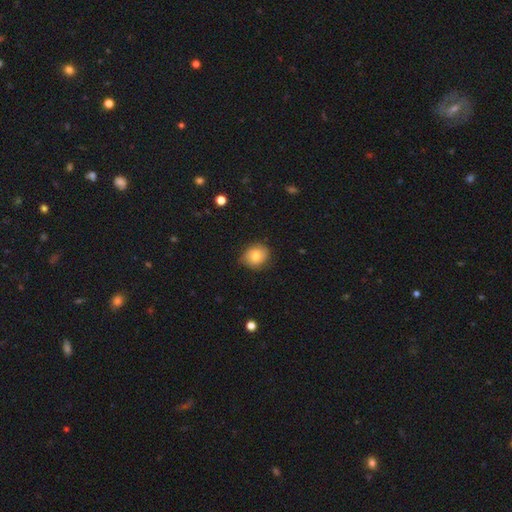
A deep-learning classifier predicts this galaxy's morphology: Smooth or featured? Predicted: smooth (p=0.74). How rounded? Predicted: round (p=0.67). Merging? Predicted: none (p=0.76).